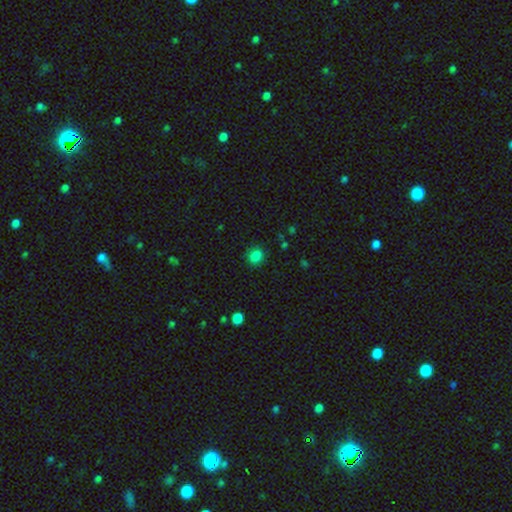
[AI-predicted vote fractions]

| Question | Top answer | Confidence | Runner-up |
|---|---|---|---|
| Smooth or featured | smooth | 84% | star or artifact (12%) |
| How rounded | round | 64% | in between (35%) |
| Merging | none | 84% | minor disturbance (11%) |